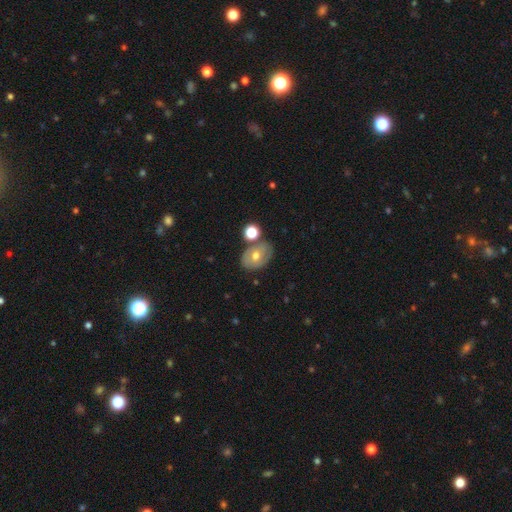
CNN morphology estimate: Smooth or featured?
  - smooth: 49% *
  - featured or disk: 41%
  - star or artifact: 10%
Merging?
  - none: 64% *
  - minor disturbance: 16%
  - merger: 15%
  - major disturbance: 5%